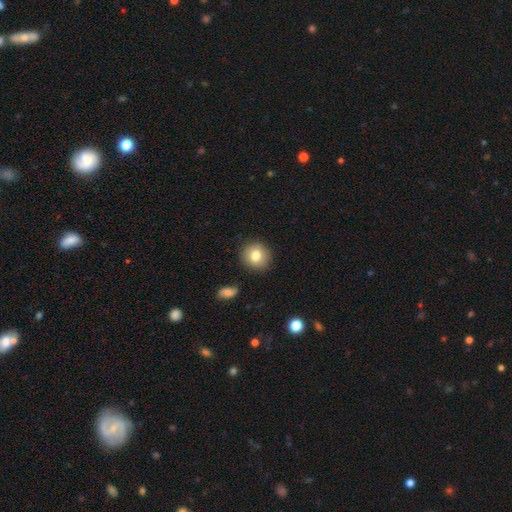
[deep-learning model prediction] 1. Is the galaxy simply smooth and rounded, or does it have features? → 80% smooth, 11% featured or disk, 9% star or artifact.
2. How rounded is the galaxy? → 89% round, 10% in between, 1% cigar-shaped.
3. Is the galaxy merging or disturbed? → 89% none, 7% minor disturbance, 2% major disturbance, 2% merger.